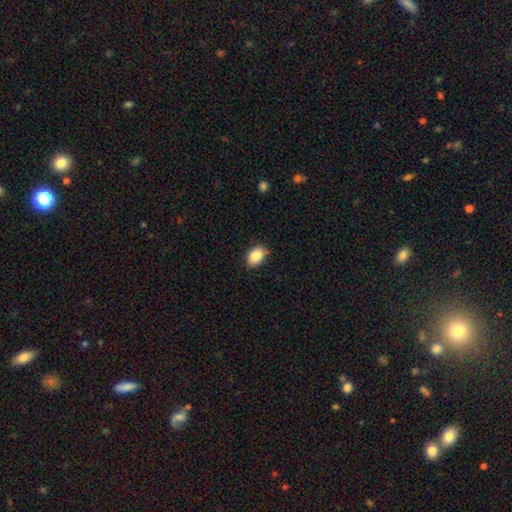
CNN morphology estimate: Smooth or featured?
  - smooth: 87% *
  - star or artifact: 8%
  - featured or disk: 6%
How rounded?
  - in between: 80% *
  - round: 19%
  - cigar-shaped: 1%
Merging?
  - none: 81% *
  - minor disturbance: 14%
  - major disturbance: 3%
  - merger: 2%